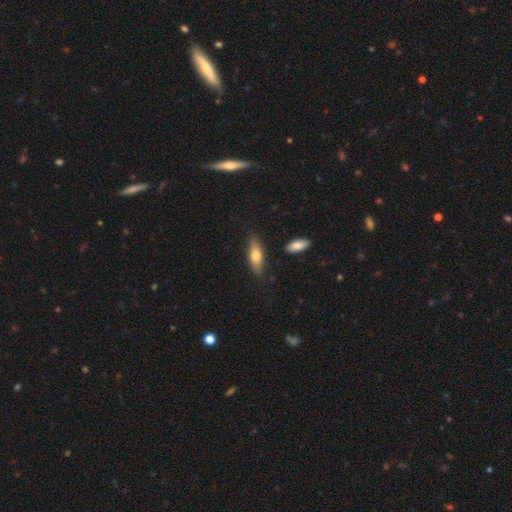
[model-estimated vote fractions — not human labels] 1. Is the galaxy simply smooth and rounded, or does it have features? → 72% smooth, 22% featured or disk, 6% star or artifact.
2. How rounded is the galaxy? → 60% in between, 38% cigar-shaped, 2% round.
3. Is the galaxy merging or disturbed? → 81% none, 13% minor disturbance, 3% merger, 3% major disturbance.